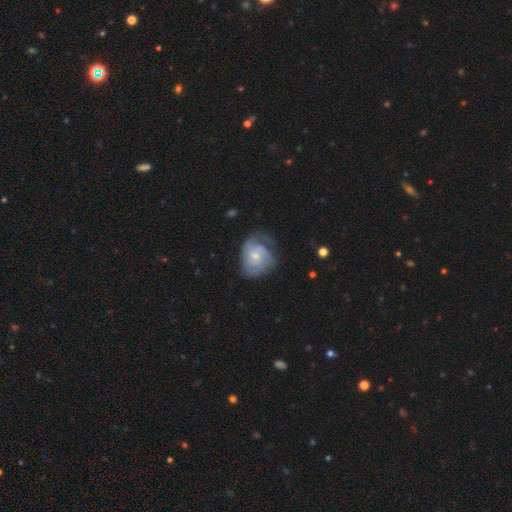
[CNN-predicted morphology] type=featured or disk (67%); edge-on=no (98%); bar=no (69%); spiral arms=yes (87%); winding=tight (51%); arm count=can't tell (35%); bulge=small (64%); merging=none (51%).